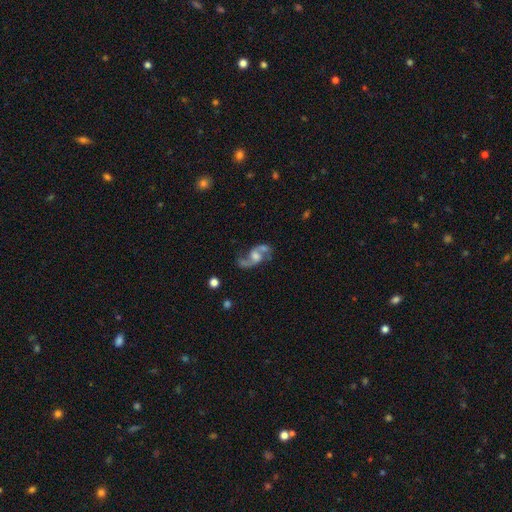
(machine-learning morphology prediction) type=featured or disk (84%); edge-on=no (97%); bar=no (49%); spiral arms=yes (94%); winding=loose (63%); arm count=2 (91%); bulge=moderate (48%); merging=none (61%).